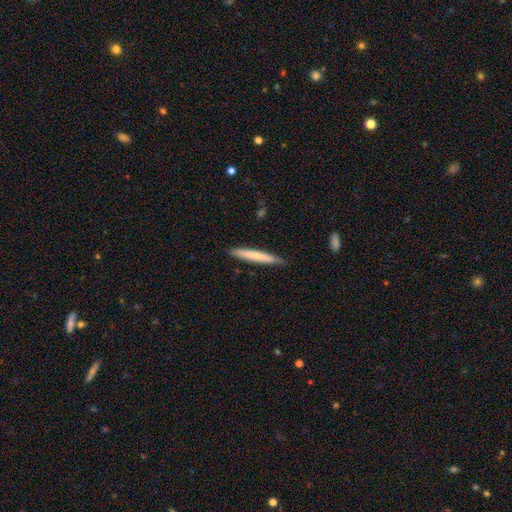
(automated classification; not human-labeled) smooth_or_featured: smooth (p=0.65) [alt: featured or disk p=0.29]
how_rounded: cigar-shaped (p=0.96) [alt: in between p=0.03]
merging: none (p=0.85) [alt: minor disturbance p=0.12]